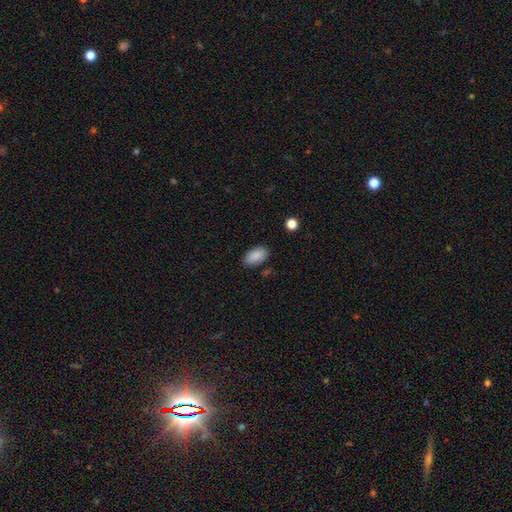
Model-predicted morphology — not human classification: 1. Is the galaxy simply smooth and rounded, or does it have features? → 89% smooth, 7% star or artifact, 4% featured or disk.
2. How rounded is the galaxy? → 94% in between, 3% round, 2% cigar-shaped.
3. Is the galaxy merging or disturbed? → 84% none, 12% minor disturbance, 3% major disturbance, 2% merger.